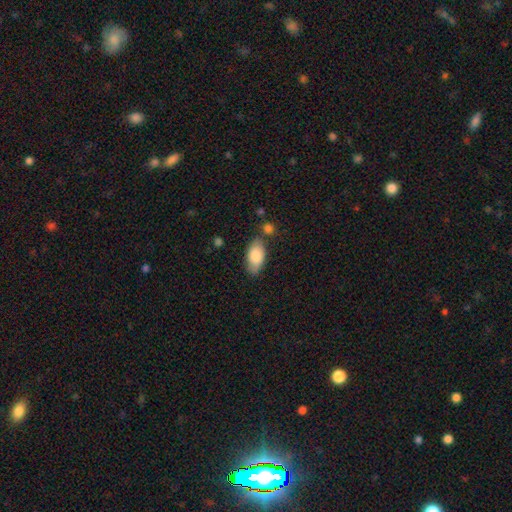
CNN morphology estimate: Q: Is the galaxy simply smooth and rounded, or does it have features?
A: smooth — 83%.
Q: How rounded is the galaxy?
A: in between — 93%.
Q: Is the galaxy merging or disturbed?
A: none — 70%.